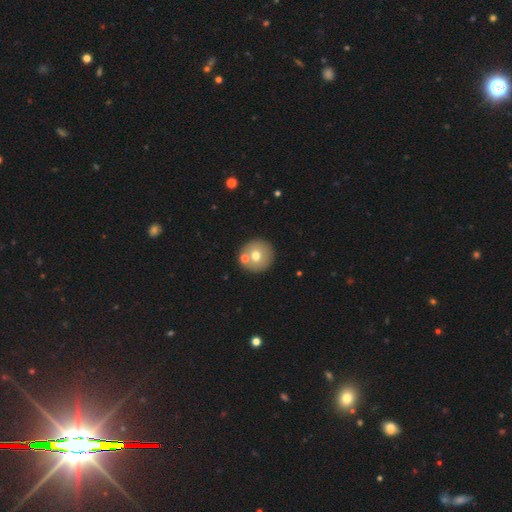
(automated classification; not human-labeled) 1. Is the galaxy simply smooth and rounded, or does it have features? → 67% smooth, 22% featured or disk, 11% star or artifact.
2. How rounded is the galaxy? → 94% round, 5% in between, 1% cigar-shaped.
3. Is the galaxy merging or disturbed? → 77% none, 14% merger, 7% minor disturbance, 2% major disturbance.